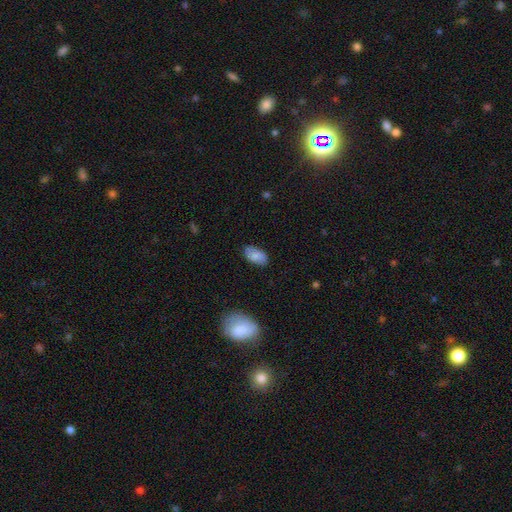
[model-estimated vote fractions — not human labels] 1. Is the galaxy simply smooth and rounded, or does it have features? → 79% smooth, 14% featured or disk, 7% star or artifact.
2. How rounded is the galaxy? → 94% in between, 5% round, 2% cigar-shaped.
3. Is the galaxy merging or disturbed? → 80% none, 16% minor disturbance, 3% major disturbance, 1% merger.